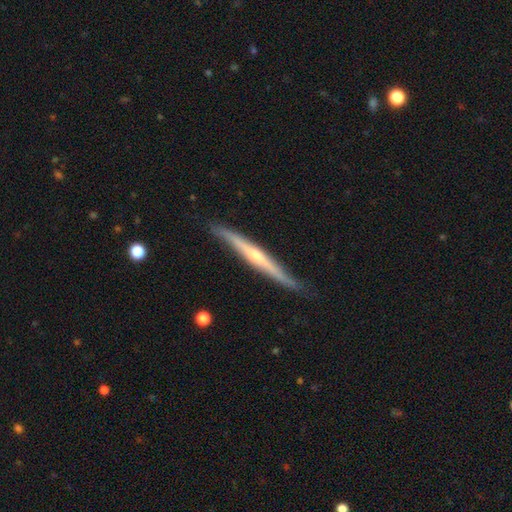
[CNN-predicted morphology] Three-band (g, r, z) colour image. It shows a featured or disk galaxy (72%) viewed edge-on (96%) with a rounded central bulge (68%). Merging: none (82%).